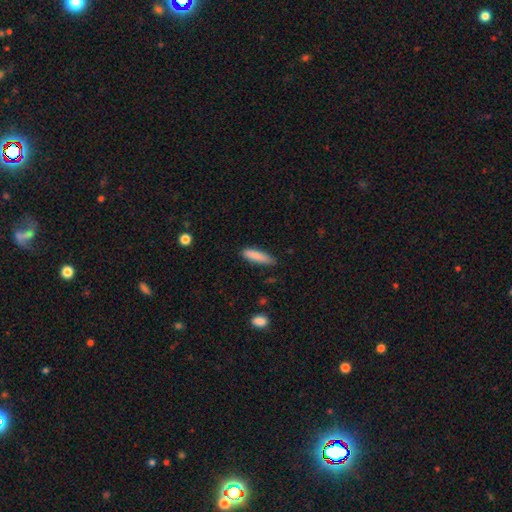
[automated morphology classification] Smooth or featured: smooth — 86% (featured or disk — 8%)
How rounded: cigar-shaped — 70% (in between — 29%)
Merging: none — 79% (minor disturbance — 17%)